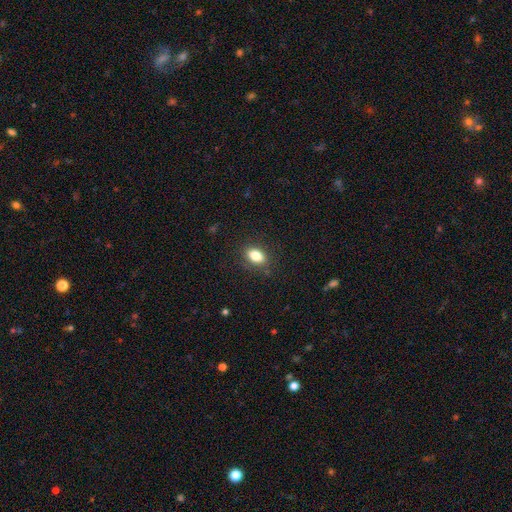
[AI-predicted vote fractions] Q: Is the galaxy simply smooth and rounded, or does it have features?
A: smooth — 83%.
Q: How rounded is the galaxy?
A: in between — 84%.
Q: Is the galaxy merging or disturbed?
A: none — 84%.